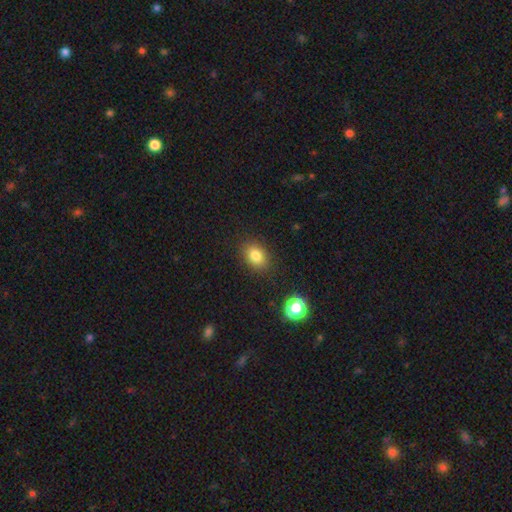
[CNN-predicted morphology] Smooth or featured? Predicted: smooth (p=0.82). How rounded? Predicted: in between (p=0.67). Merging? Predicted: none (p=0.86).